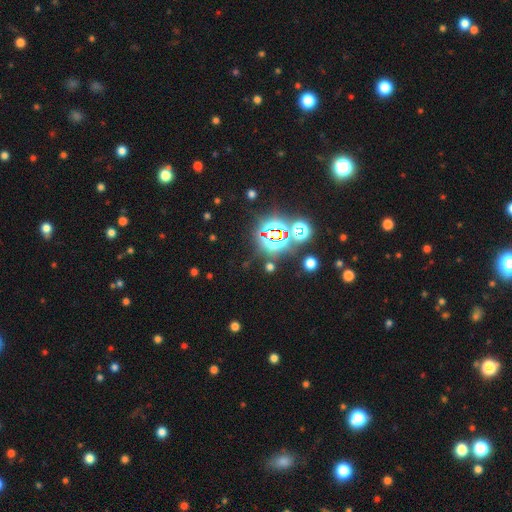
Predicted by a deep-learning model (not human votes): smooth_or_featured: star or artifact (p=0.77) [alt: smooth p=0.15]